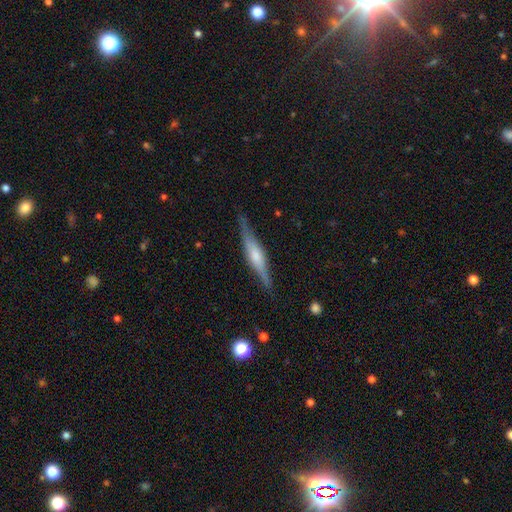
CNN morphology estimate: This is likely a featured or disk galaxy (72%). It is clearly viewed edge-on (96%). Edge-on bulge: likely rounded (67%). Merging: clearly none (84%).